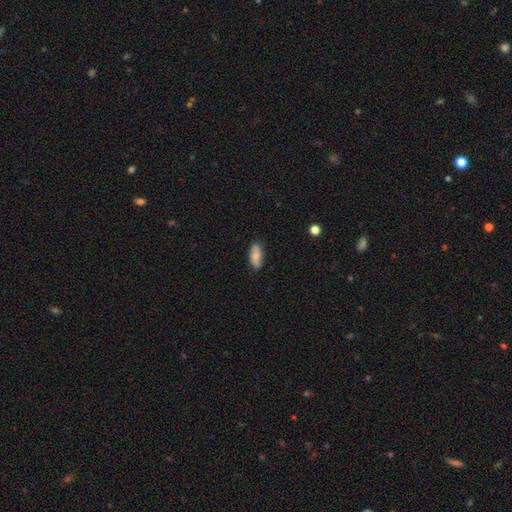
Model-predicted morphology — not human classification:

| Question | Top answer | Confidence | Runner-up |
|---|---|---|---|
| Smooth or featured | smooth | 76% | featured or disk (17%) |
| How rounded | in between | 86% | cigar-shaped (12%) |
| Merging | none | 83% | minor disturbance (13%) |